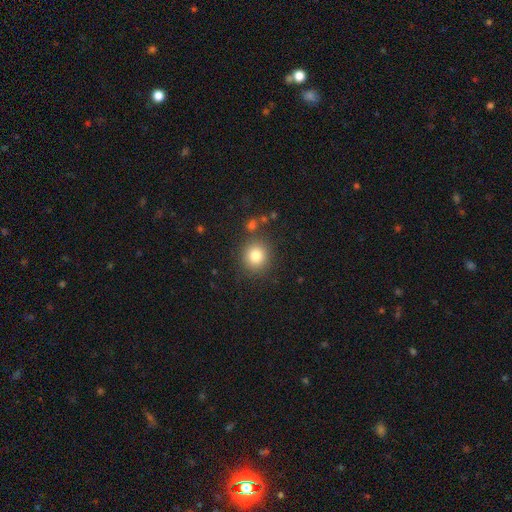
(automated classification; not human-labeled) Smooth or featured?
  - smooth: 82% *
  - star or artifact: 11%
  - featured or disk: 7%
How rounded?
  - round: 87% *
  - in between: 12%
  - cigar-shaped: 1%
Merging?
  - none: 84% *
  - minor disturbance: 9%
  - merger: 4%
  - major disturbance: 3%